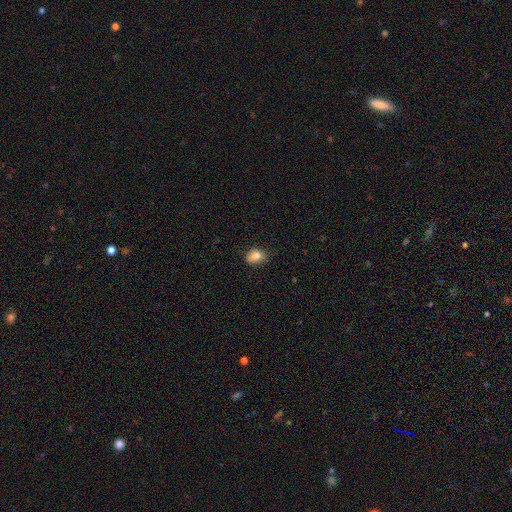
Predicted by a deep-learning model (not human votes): Smooth or featured: smooth — 83% (star or artifact — 10%)
How rounded: in between — 68% (round — 31%)
Merging: none — 70% (minor disturbance — 24%)